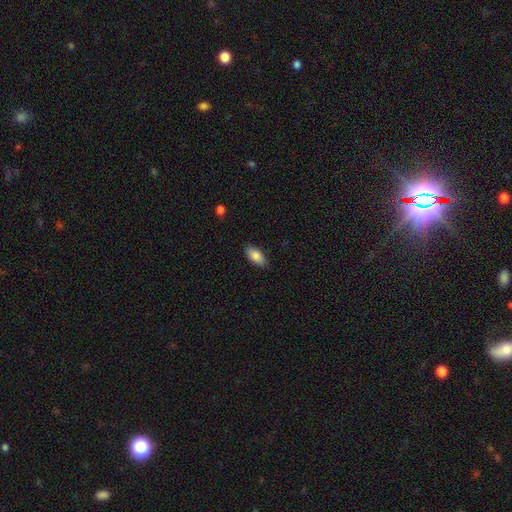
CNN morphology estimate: smooth 86%, featured or disk 8%, star or artifact 7%. Down the decision tree: how rounded — in between (90%); merging — none (87%).